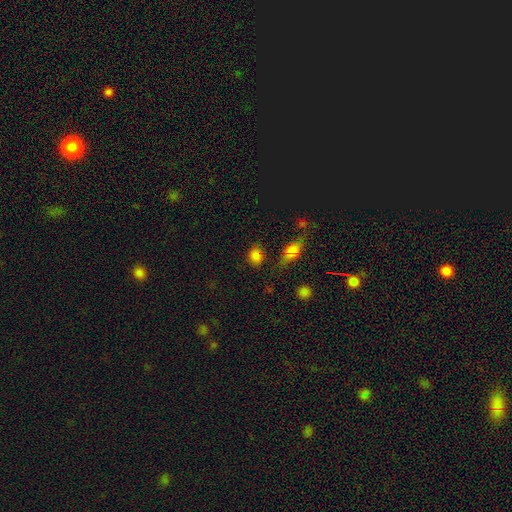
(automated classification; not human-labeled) smooth_or_featured: smooth (p=0.78) [alt: star or artifact p=0.16]
how_rounded: in between (p=0.51) [alt: round p=0.46]
merging: none (p=0.76) [alt: minor disturbance p=0.15]